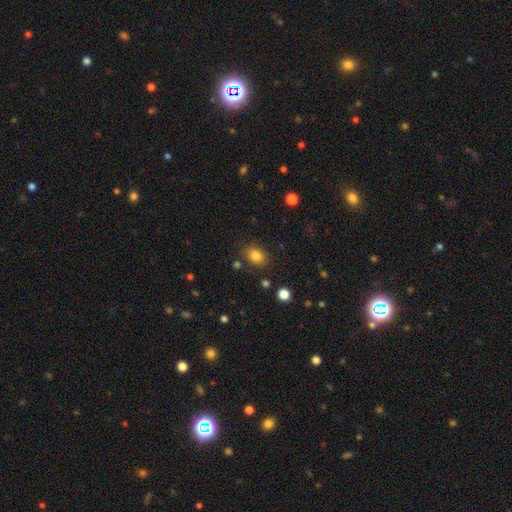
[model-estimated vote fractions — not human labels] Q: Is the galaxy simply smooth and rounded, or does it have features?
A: smooth — 83%.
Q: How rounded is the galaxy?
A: in between — 63%.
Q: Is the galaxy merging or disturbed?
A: none — 82%.